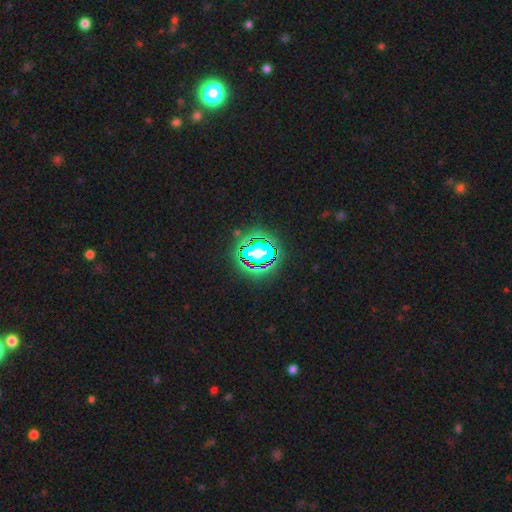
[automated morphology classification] A star or artifact, not a galaxy (80%).

Vote fractions:
- Smooth or featured? star or artifact: 80% / smooth: 13% / featured or disk: 7%